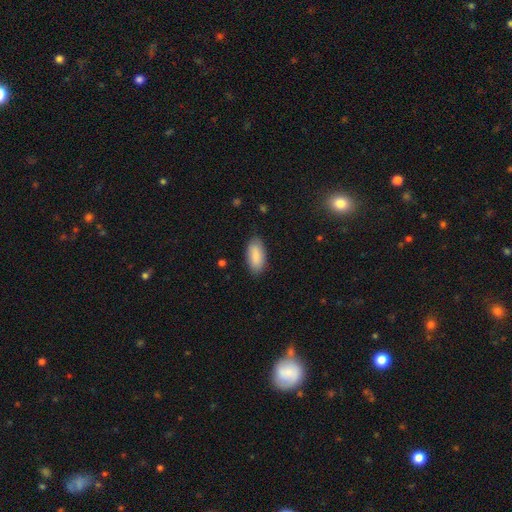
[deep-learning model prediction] smooth-or-featured: smooth: 88% | featured or disk: 6% | star or artifact: 6%
  how-rounded: in between: 90% | cigar-shaped: 8% | round: 2%
  merging: none: 84% | minor disturbance: 12% | major disturbance: 3% | merger: 1%